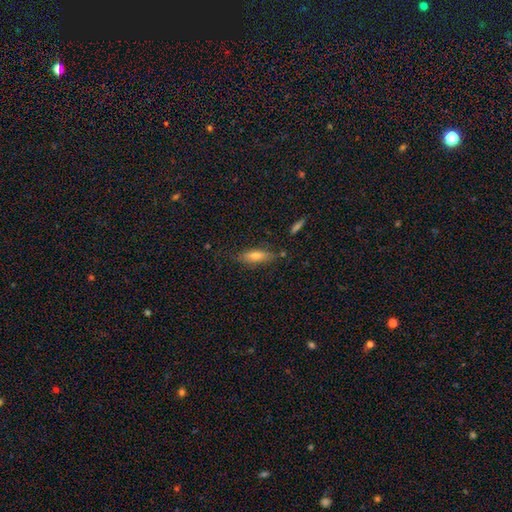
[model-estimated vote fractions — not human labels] The model was most divided on "how rounded": cigar-shaped: 50%, in between: 47%, round: 3%. More confident: merging — none (76%); smooth or featured — smooth (60%).